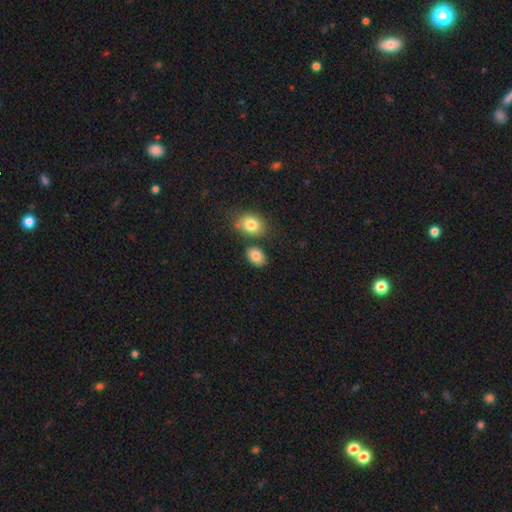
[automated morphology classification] Smooth or featured? smooth (83%)
How rounded? in between (73%)
Merging? none (72%)